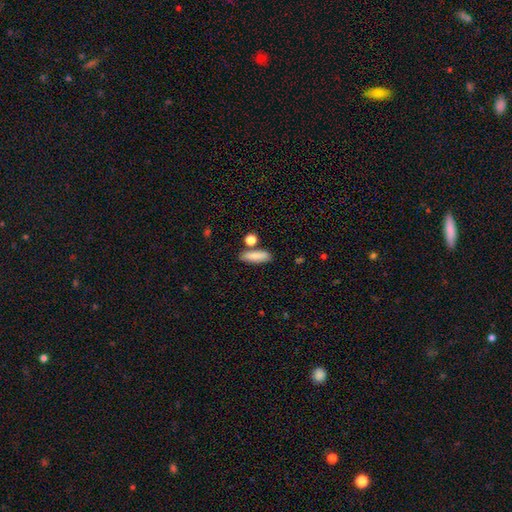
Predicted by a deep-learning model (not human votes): A smooth galaxy with no disk features (83%) that is in between round and cigar-shaped (49%).

Vote fractions:
- Smooth or featured? smooth: 83% / featured or disk: 10% / star or artifact: 7%
- How rounded? in between: 49% / cigar-shaped: 47% / round: 4%
- Merging? none: 76% / minor disturbance: 12% / merger: 10% / major disturbance: 3%